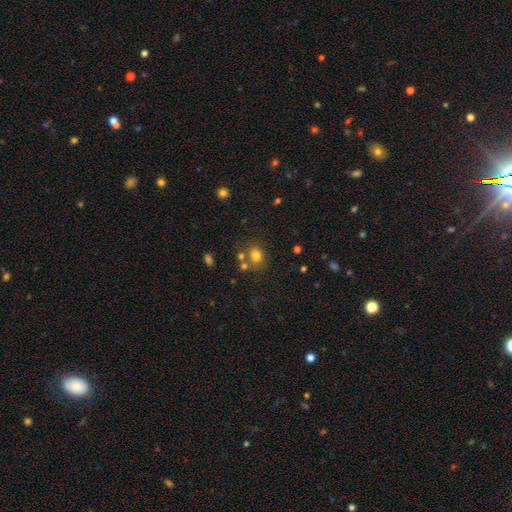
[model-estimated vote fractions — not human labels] The model was most divided on "how rounded": round: 66%, in between: 33%, cigar-shaped: 1%. More confident: smooth or featured — smooth (77%); merging — none (68%).